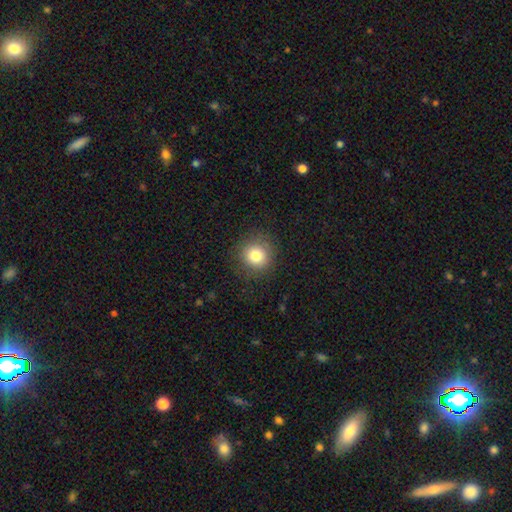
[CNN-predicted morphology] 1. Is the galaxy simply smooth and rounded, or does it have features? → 81% smooth, 11% star or artifact, 8% featured or disk.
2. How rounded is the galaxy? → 92% round, 7% in between, 1% cigar-shaped.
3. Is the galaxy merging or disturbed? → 87% none, 9% minor disturbance, 4% major disturbance, 1% merger.